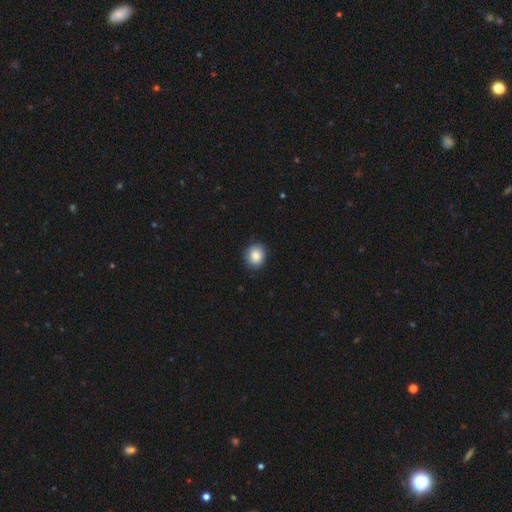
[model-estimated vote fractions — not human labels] Morphology: type=smooth (85%); roundness=round (68%); merging=none (85%).